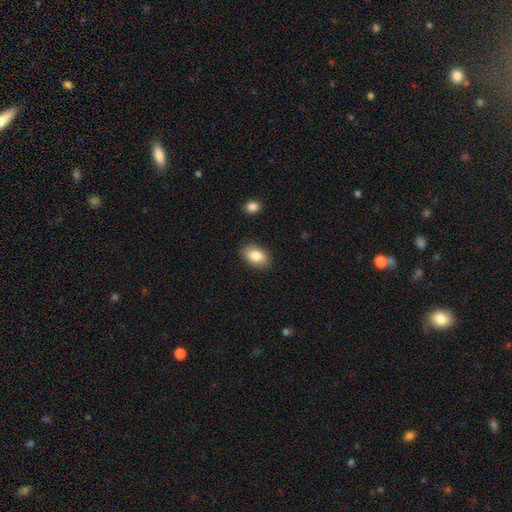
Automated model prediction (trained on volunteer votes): Overall: smooth (84%). How rounded: in between (89%). Merging: none (88%).